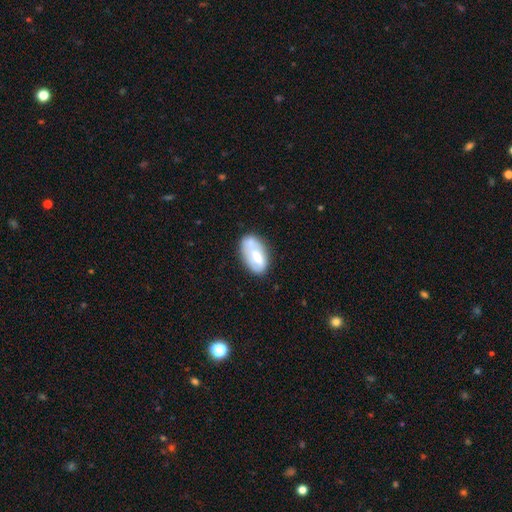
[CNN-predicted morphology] smooth 59%, featured or disk 34%, star or artifact 7%. Down the decision tree: how rounded — in between (93%); merging — none (52%).